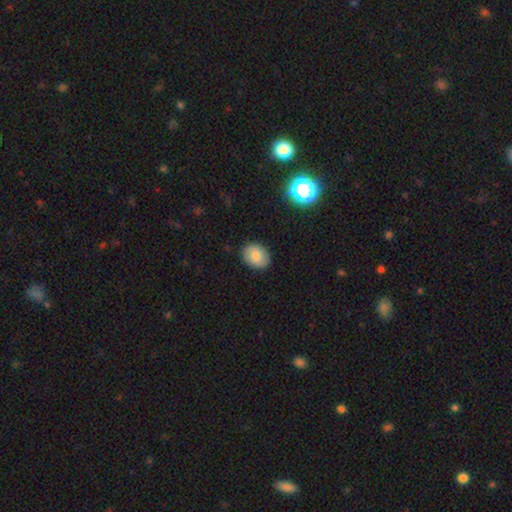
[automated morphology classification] smooth_or_featured: smooth (p=0.75) [alt: featured or disk p=0.15]
how_rounded: in between (p=0.51) [alt: round p=0.49]
merging: none (p=0.86) [alt: minor disturbance p=0.10]